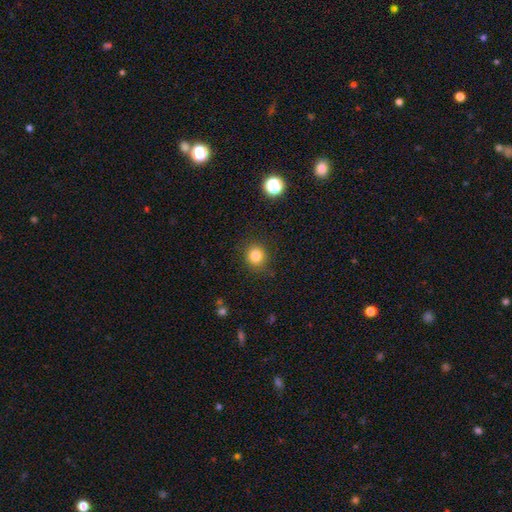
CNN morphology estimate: Smooth or featured: smooth — 82% (star or artifact — 12%)
How rounded: round — 88% (in between — 11%)
Merging: none — 87% (minor disturbance — 9%)